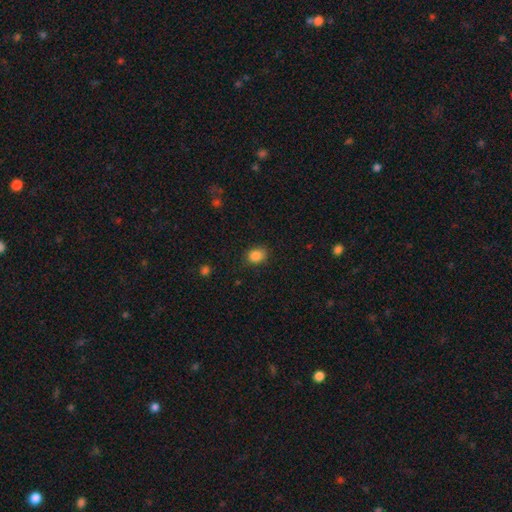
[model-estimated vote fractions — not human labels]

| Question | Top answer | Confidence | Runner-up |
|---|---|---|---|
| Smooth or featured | smooth | 86% | star or artifact (10%) |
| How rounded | round | 56% | in between (43%) |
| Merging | none | 81% | minor disturbance (14%) |